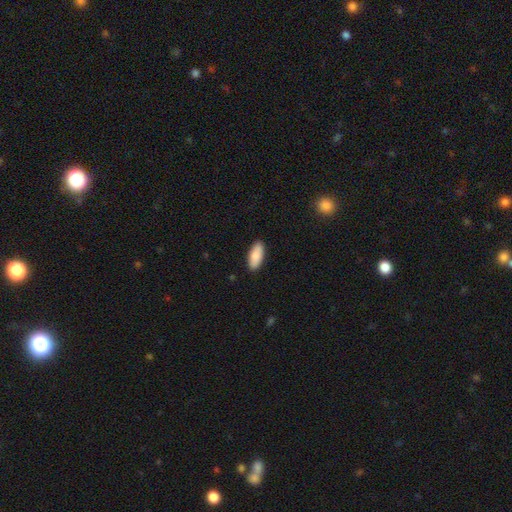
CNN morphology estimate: Q: Smooth or featured?
A: smooth (86%); runner-up: featured or disk (8%)
Q: How rounded?
A: in between (83%); runner-up: cigar-shaped (16%)
Q: Merging?
A: none (90%); runner-up: minor disturbance (8%)